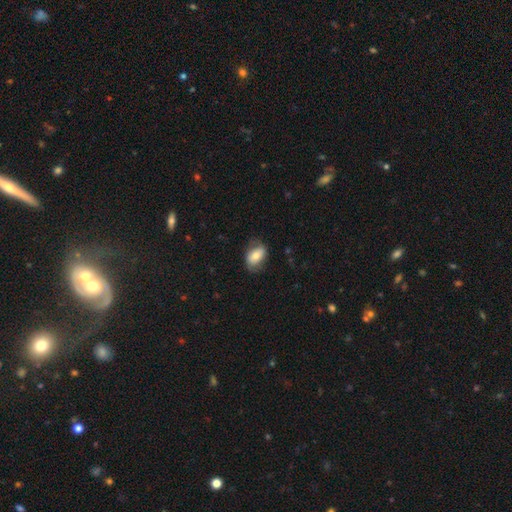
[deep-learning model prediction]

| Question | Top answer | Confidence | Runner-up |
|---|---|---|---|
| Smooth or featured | smooth | 68% | featured or disk (25%) |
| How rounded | in between | 87% | round (11%) |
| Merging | none | 66% | minor disturbance (24%) |